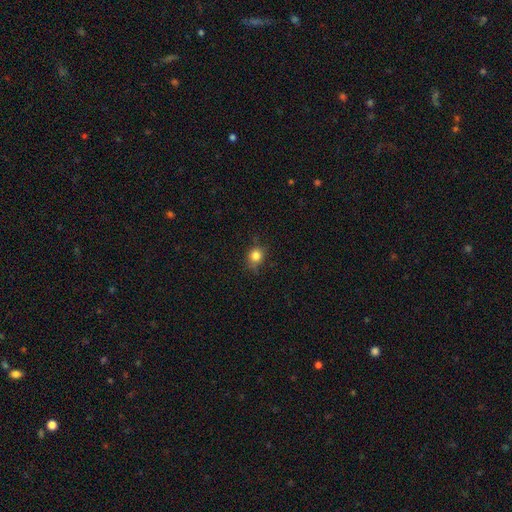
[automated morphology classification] Smooth or featured: smooth — 81% (star or artifact — 12%)
How rounded: round — 73% (in between — 25%)
Merging: none — 74% (minor disturbance — 20%)